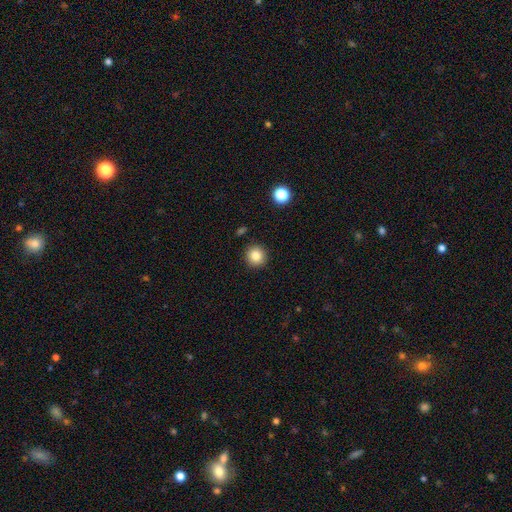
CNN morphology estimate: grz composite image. It shows a smooth galaxy with no disk features (84%) that is round (93%). Merging: none (91%).